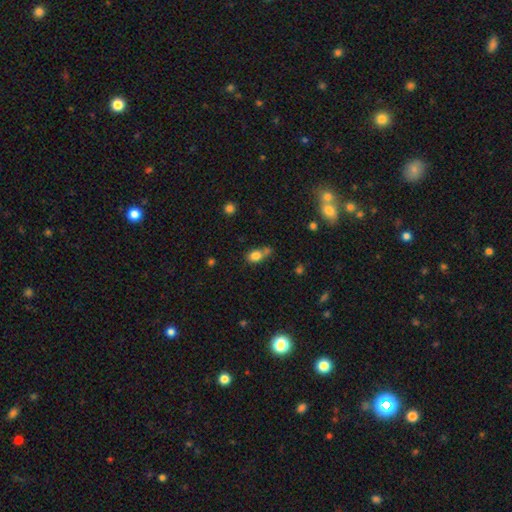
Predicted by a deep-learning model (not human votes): Q: Smooth or featured?
A: smooth (80%); runner-up: star or artifact (11%)
Q: How rounded?
A: in between (62%); runner-up: round (36%)
Q: Merging?
A: none (43%); runner-up: merger (29%)